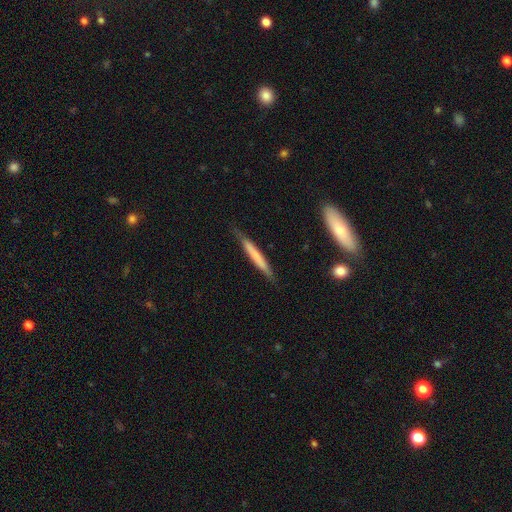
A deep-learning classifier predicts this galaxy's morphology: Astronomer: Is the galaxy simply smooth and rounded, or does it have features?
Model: smooth — 62%.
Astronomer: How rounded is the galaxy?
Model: cigar-shaped — 95%.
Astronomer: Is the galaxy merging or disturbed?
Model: none — 79%.